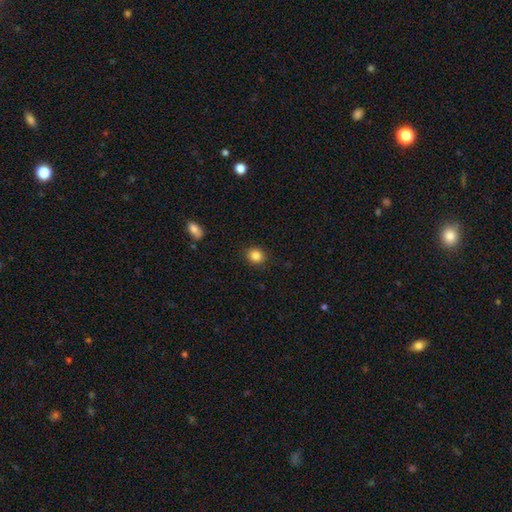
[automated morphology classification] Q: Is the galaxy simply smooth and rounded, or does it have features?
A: smooth — 85%.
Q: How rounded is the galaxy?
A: round — 74%.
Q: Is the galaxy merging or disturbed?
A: none — 89%.